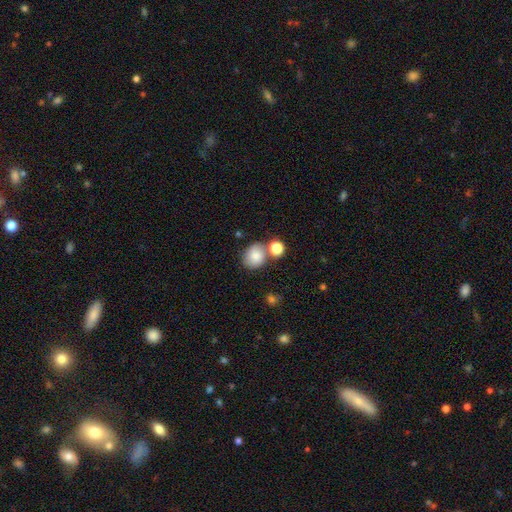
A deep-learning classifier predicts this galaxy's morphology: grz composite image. It shows a smooth galaxy with no disk features (82%) that is round (65%). Merging: none (60%).